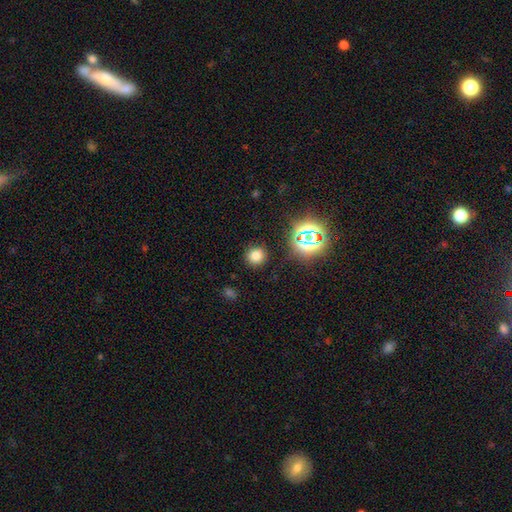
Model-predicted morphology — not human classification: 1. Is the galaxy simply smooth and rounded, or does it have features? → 73% smooth, 20% star or artifact, 7% featured or disk.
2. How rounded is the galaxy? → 90% round, 9% in between, 1% cigar-shaped.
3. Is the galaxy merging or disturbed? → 88% none, 7% minor disturbance, 3% major disturbance, 2% merger.